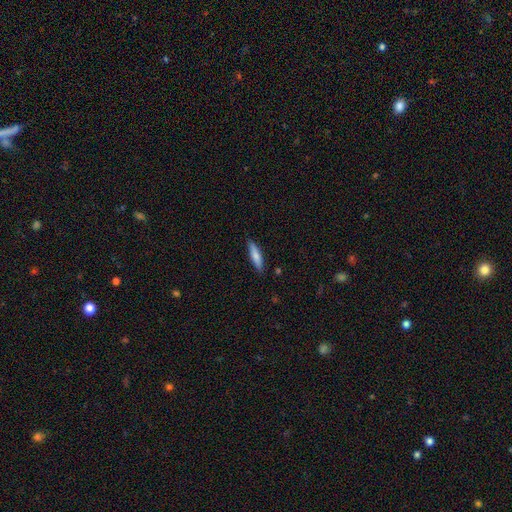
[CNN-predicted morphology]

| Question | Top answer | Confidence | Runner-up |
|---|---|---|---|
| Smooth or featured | smooth | 71% | featured or disk (23%) |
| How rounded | cigar-shaped | 78% | in between (20%) |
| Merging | none | 87% | minor disturbance (10%) |